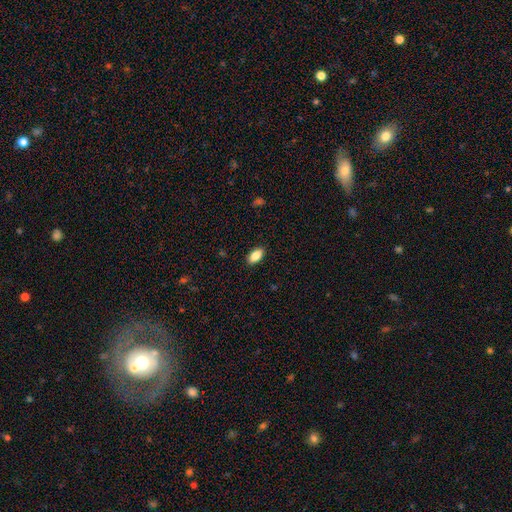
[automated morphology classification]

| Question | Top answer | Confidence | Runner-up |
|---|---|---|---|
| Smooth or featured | smooth | 86% | star or artifact (8%) |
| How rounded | in between | 92% | cigar-shaped (4%) |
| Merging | none | 89% | minor disturbance (8%) |